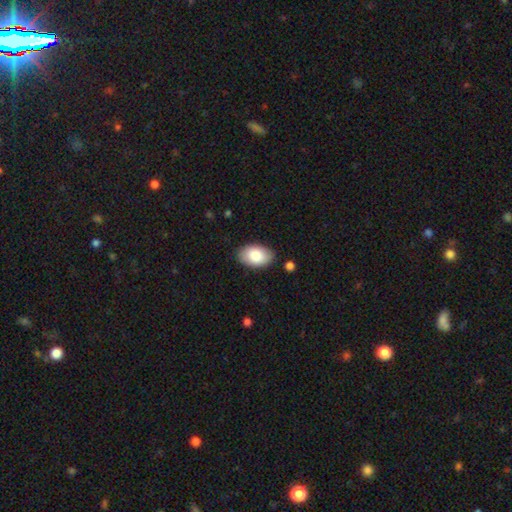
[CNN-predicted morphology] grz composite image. It shows a smooth galaxy with no disk features (84%) that is in between round and cigar-shaped (93%). Merging: none (85%).